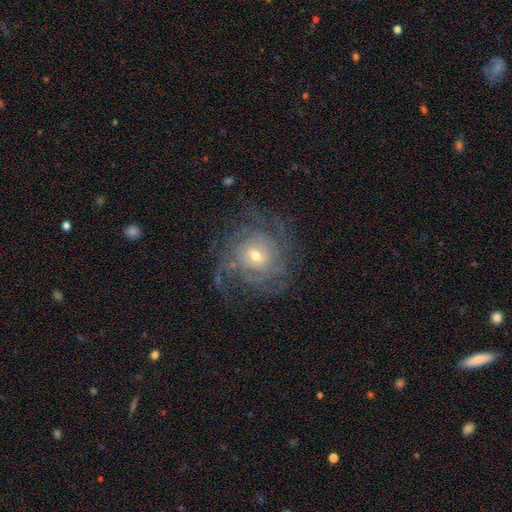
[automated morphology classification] Smooth or featured? Predicted: featured or disk (p=0.84). Edge-on disk? Predicted: no (p=0.97). Bar? Predicted: no (p=0.63). Spiral arms? Predicted: yes (p=0.94). Spiral winding? Predicted: tight (p=0.62). Spiral arm count? Predicted: can't tell (p=0.38). Bulge size? Predicted: small (p=0.51). Merging? Predicted: none (p=0.71).